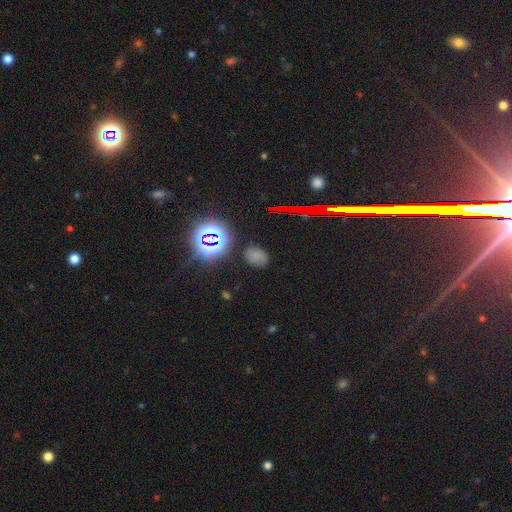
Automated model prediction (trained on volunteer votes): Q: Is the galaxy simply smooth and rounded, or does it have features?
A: smooth — 62%.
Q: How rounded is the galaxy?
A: in between — 64%.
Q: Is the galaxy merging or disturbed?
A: none — 81%.